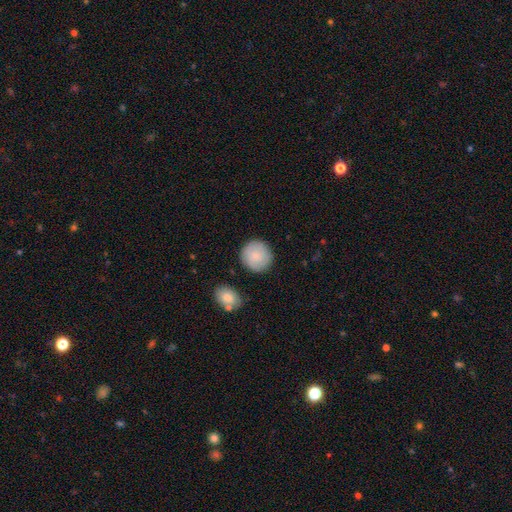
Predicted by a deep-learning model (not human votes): A smooth galaxy with no disk features (79%) that is round (93%). Merging: none (87%).